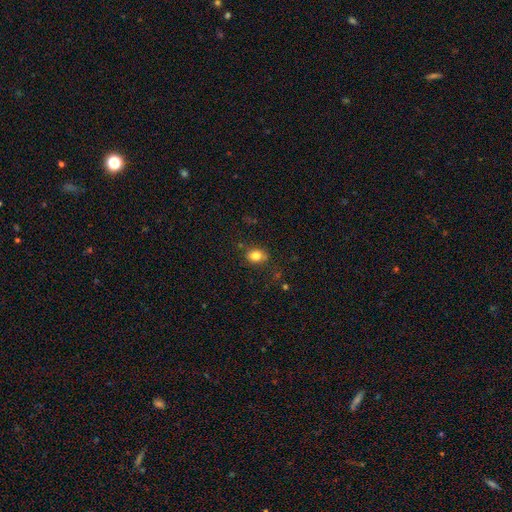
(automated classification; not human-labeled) Q: Smooth or featured?
A: smooth (82%); runner-up: star or artifact (11%)
Q: How rounded?
A: in between (55%); runner-up: round (44%)
Q: Merging?
A: none (77%); runner-up: minor disturbance (16%)